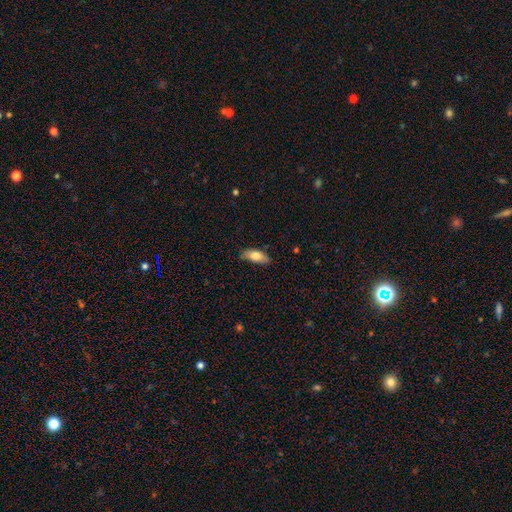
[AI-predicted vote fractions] A smooth galaxy with no disk features (76%) that is in between round and cigar-shaped (79%).

Vote fractions:
- Smooth or featured? smooth: 76% / featured or disk: 17% / star or artifact: 6%
- How rounded? in between: 79% / cigar-shaped: 19% / round: 2%
- Merging? none: 72% / minor disturbance: 22% / major disturbance: 4% / merger: 1%